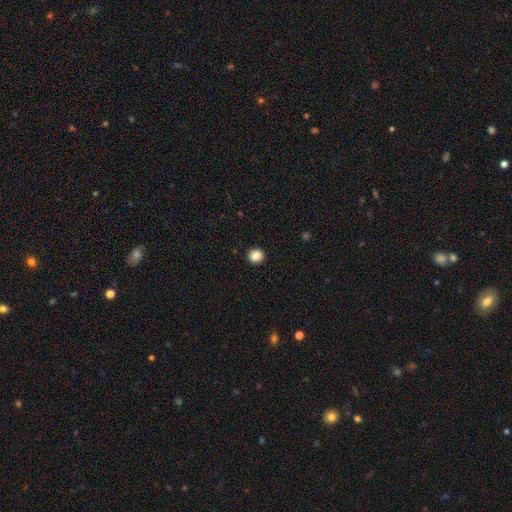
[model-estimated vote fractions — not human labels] This is clearly a smooth galaxy (87%). How rounded: clearly round (90%). Merging: clearly none (93%).